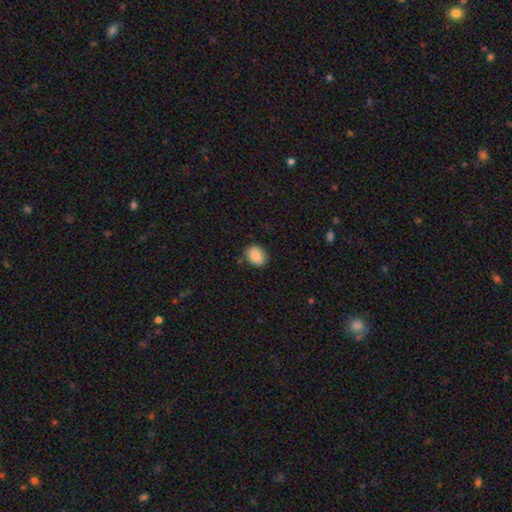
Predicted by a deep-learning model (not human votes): This appears to be a smooth galaxy with no disk features (87%) that is in between round and cigar-shaped (58%). Merging: none (83%).